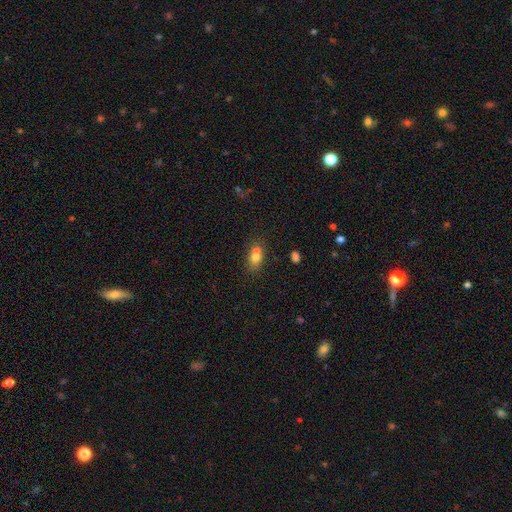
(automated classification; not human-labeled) This is likely a smooth galaxy (71%). How rounded: likely in between (62%). Merging: possibly merger (47%).